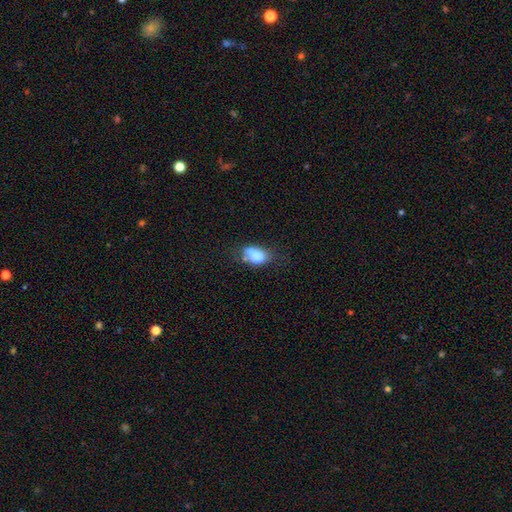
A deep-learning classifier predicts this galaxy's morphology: A smooth galaxy with no disk features (71%) that is in between round and cigar-shaped (76%). Merging: merger (35%).